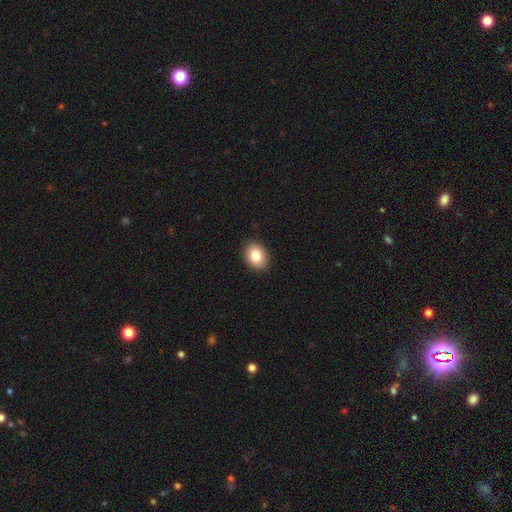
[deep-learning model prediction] Morphology: type=smooth (84%); roundness=in between (66%); merging=none (91%).